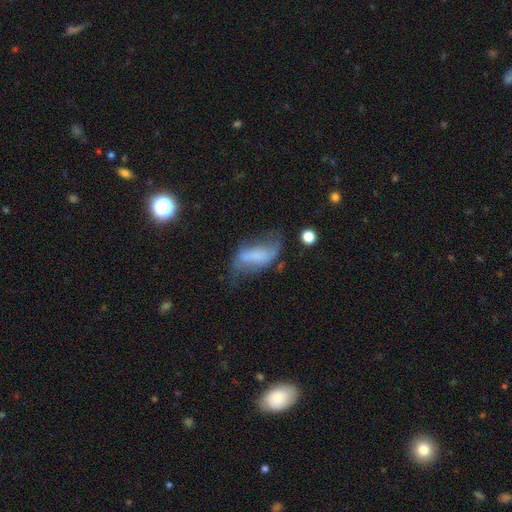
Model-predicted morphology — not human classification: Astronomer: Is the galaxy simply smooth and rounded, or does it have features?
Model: featured or disk — 47% (runner-up: smooth, 40%).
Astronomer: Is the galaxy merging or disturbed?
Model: none — 39% (runner-up: minor disturbance, 29%).